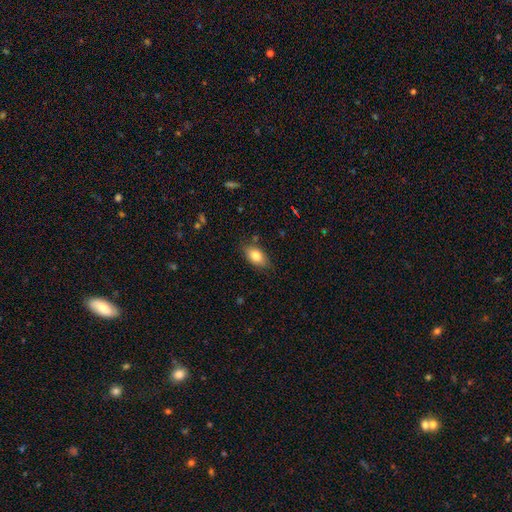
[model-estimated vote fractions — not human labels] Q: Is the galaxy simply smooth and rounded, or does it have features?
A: smooth — 82%.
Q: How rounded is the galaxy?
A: in between — 88%.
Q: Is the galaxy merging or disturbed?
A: none — 79%.